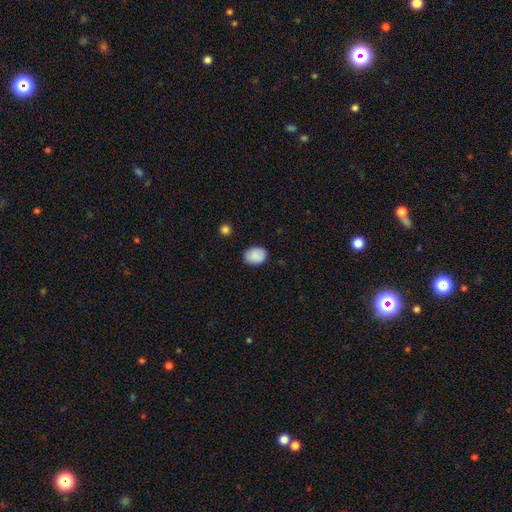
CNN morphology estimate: This appears to be a smooth galaxy with no disk features (88%) that is in between round and cigar-shaped (63%). Merging: none (82%).